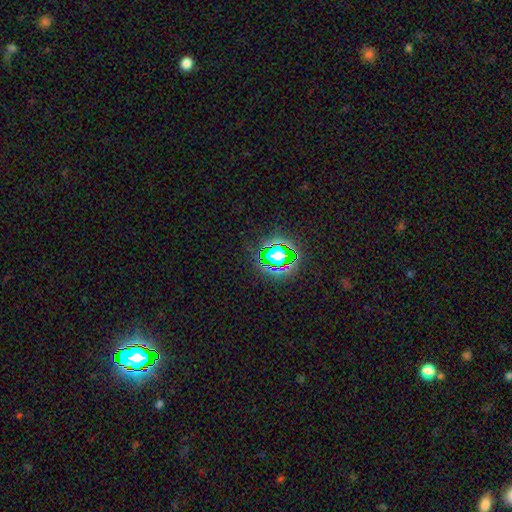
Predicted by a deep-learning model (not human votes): Smooth or featured? Predicted: star or artifact (p=0.78).